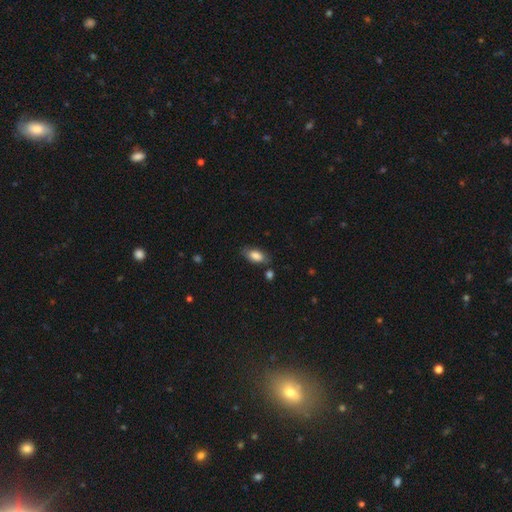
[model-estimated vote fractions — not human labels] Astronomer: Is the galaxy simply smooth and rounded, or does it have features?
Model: smooth — 83%.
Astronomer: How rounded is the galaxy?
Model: in between — 90%.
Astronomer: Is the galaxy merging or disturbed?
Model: none — 73%.